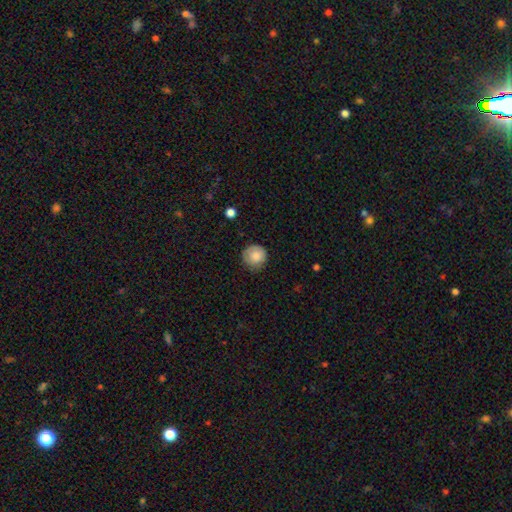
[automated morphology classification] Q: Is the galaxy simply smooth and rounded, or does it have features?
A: smooth — 80%.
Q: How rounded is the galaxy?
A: round — 92%.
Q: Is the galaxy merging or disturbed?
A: none — 74%.